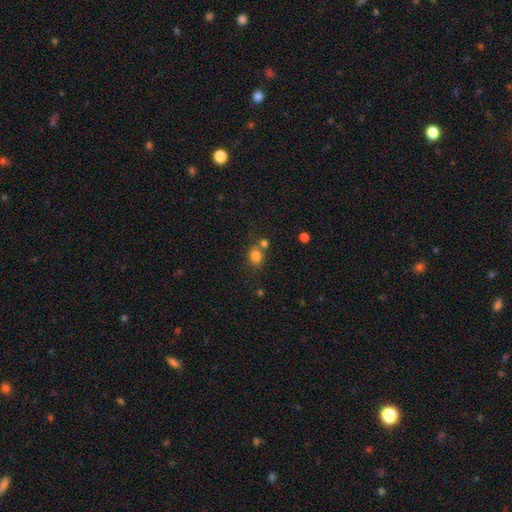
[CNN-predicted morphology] A smooth galaxy with no disk features (82%) that is round (53%).

Vote fractions:
- Smooth or featured? smooth: 82% / star or artifact: 12% / featured or disk: 6%
- How rounded? round: 53% / in between: 46% / cigar-shaped: 1%
- Merging? none: 58% / merger: 25% / minor disturbance: 12% / major disturbance: 5%